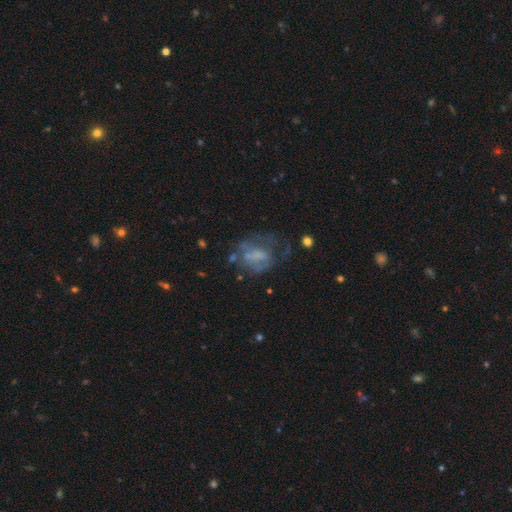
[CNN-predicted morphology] A featured or disk galaxy (51%). Merging: none (38%).